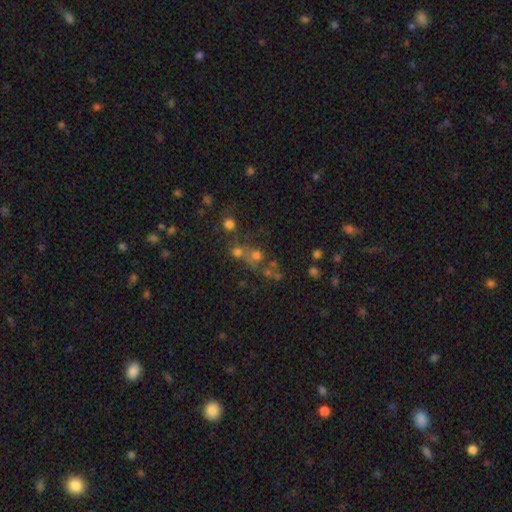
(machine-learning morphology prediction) Smooth or featured?
  - smooth: 56% *
  - star or artifact: 27%
  - featured or disk: 17%
How rounded?
  - round: 83% *
  - in between: 15%
  - cigar-shaped: 1%
Merging?
  - none: 46% *
  - merger: 39%
  - minor disturbance: 9%
  - major disturbance: 7%